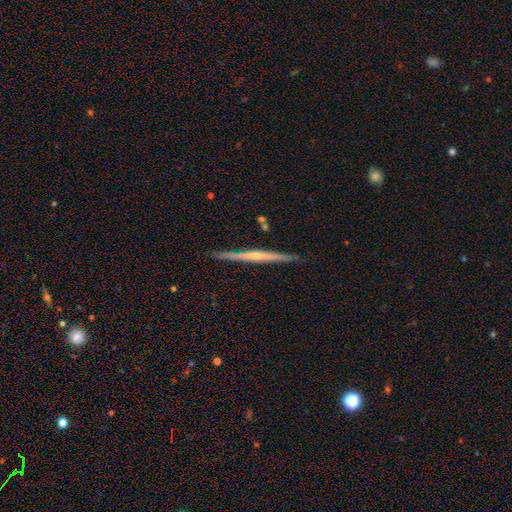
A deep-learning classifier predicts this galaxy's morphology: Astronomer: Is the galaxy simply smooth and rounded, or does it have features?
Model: featured or disk — 72%.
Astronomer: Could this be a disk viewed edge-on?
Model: yes — 98%.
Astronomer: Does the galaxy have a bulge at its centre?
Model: rounded — 47% (runner-up: none, 46%).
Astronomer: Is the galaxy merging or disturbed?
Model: none — 88%.